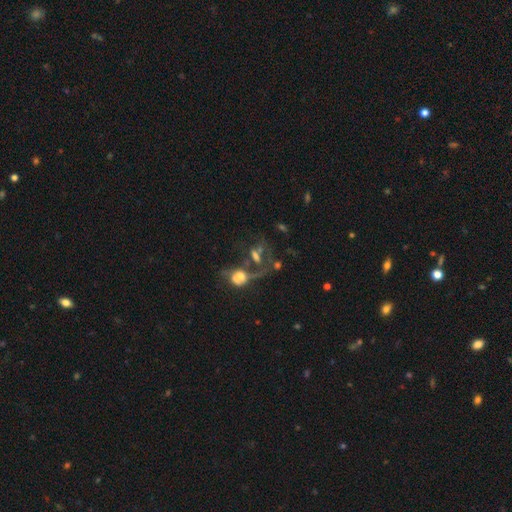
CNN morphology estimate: Smooth or featured: featured or disk — 46% (smooth — 34%)
Merging: merger — 51% (major disturbance — 23%)